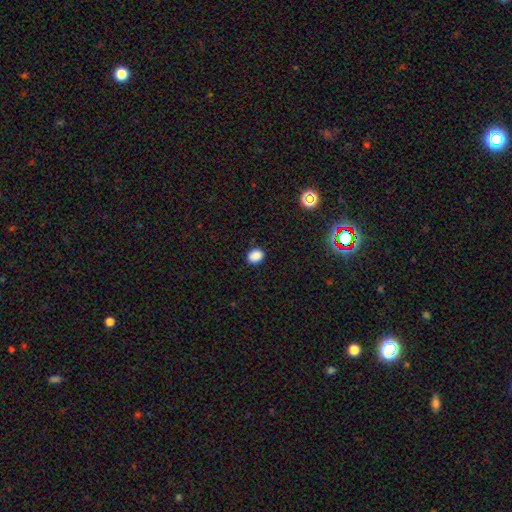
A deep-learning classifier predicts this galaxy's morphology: Overall: smooth (87%). How rounded: round (53%; in between 46%). Merging: none (87%).